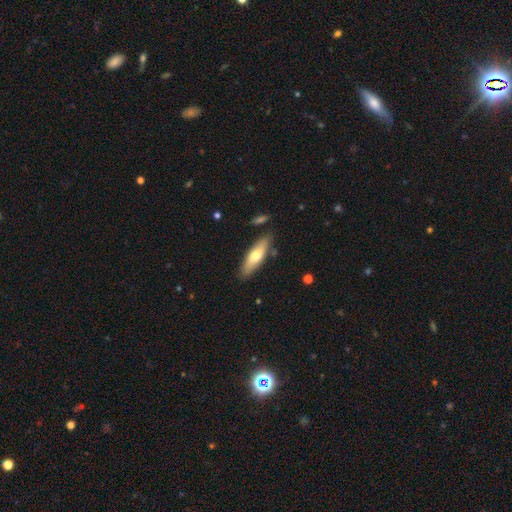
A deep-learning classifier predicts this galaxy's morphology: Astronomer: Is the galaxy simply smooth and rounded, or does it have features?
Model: smooth — 62%.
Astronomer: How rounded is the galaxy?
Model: cigar-shaped — 52% (runner-up: in between, 46%).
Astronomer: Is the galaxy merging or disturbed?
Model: none — 83%.